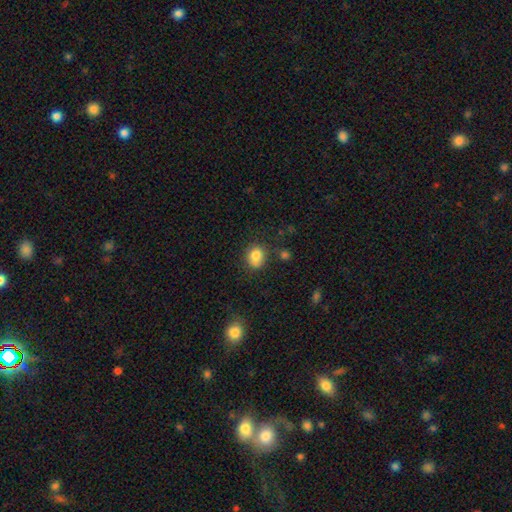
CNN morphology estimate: A smooth galaxy with no disk features (83%) that is round (61%).

Vote fractions:
- Smooth or featured? smooth: 83% / star or artifact: 10% / featured or disk: 7%
- How rounded? round: 61% / in between: 38% / cigar-shaped: 1%
- Merging? none: 65% / minor disturbance: 22% / merger: 7% / major disturbance: 6%